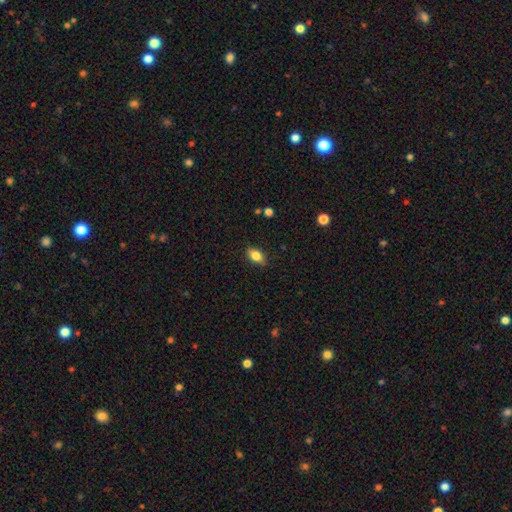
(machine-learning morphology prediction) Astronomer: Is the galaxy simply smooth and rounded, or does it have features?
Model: smooth — 79%.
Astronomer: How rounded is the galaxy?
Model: in between — 86%.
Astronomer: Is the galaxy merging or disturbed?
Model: none — 85%.